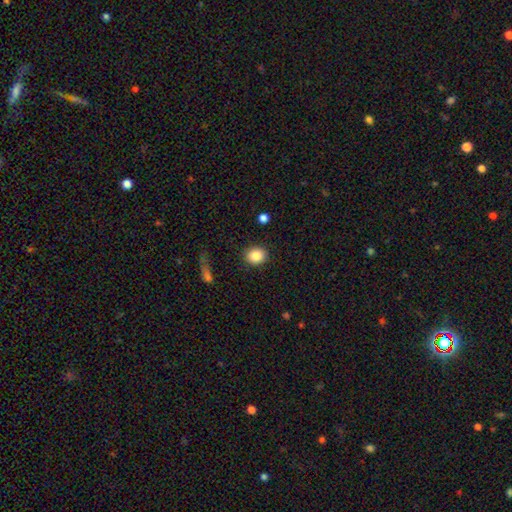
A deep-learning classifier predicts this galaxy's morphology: A smooth galaxy with no disk features (87%) that is round (72%).

Vote fractions:
- Smooth or featured? smooth: 87% / star or artifact: 9% / featured or disk: 5%
- How rounded? round: 72% / in between: 27% / cigar-shaped: 1%
- Merging? none: 88% / minor disturbance: 7% / major disturbance: 3% / merger: 2%